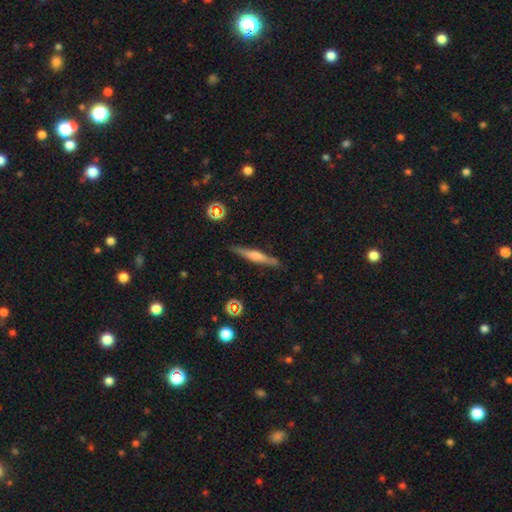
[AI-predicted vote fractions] smooth_or_featured: featured or disk (p=0.57) [alt: smooth p=0.36]
disk_edge_on: yes (p=0.97) [alt: no p=0.03]
edge_on_bulge: rounded (p=0.50) [alt: boxy p=0.29]
merging: none (p=0.88) [alt: minor disturbance p=0.09]